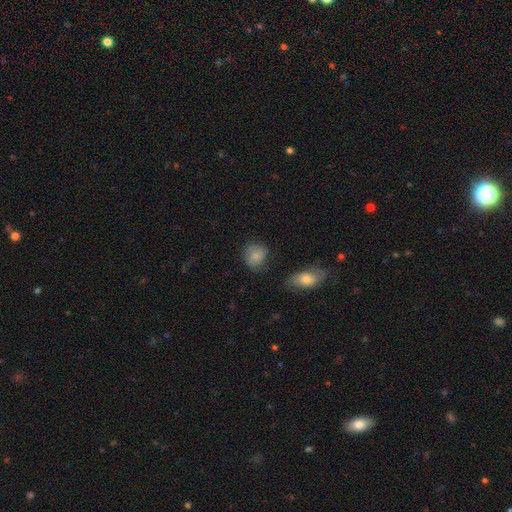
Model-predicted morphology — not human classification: smooth_or_featured: smooth (p=0.81) [alt: featured or disk p=0.11]
how_rounded: round (p=0.74) [alt: in between p=0.24]
merging: none (p=0.67) [alt: minor disturbance p=0.22]